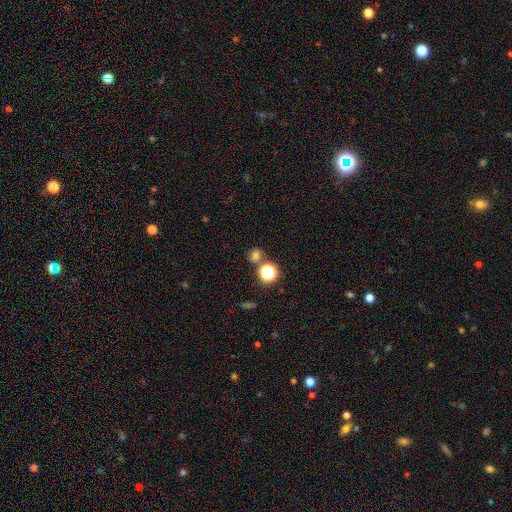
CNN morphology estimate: This is likely a smooth galaxy (70%). How rounded: likely round (78%). Merging: likely none (71%).